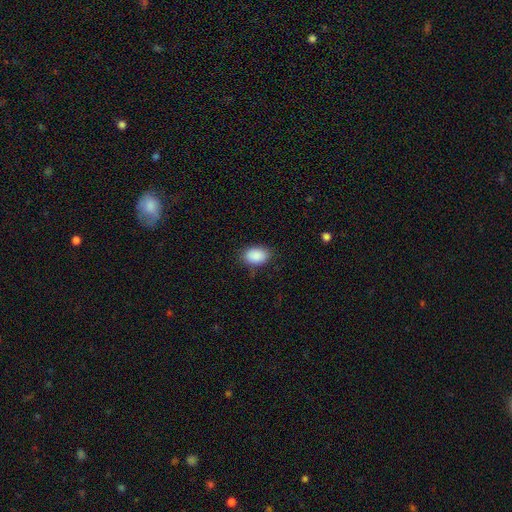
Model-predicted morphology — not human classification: This is clearly a smooth galaxy (89%). How rounded: clearly in between (83%). Merging: clearly none (81%).